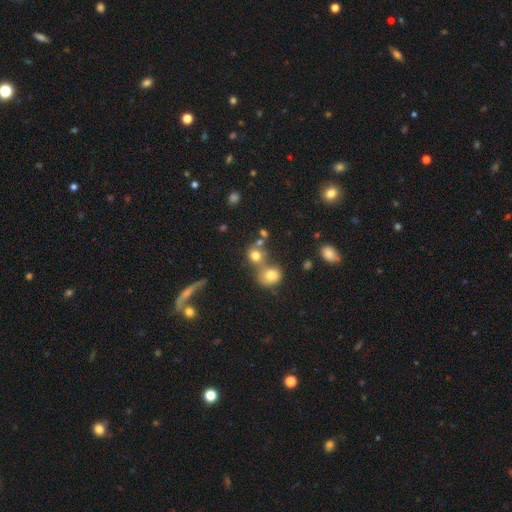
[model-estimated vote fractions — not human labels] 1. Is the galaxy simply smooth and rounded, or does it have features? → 74% smooth, 14% star or artifact, 11% featured or disk.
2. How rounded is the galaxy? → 79% round, 19% in between, 1% cigar-shaped.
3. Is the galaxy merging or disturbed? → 46% merger, 41% none, 9% minor disturbance, 5% major disturbance.